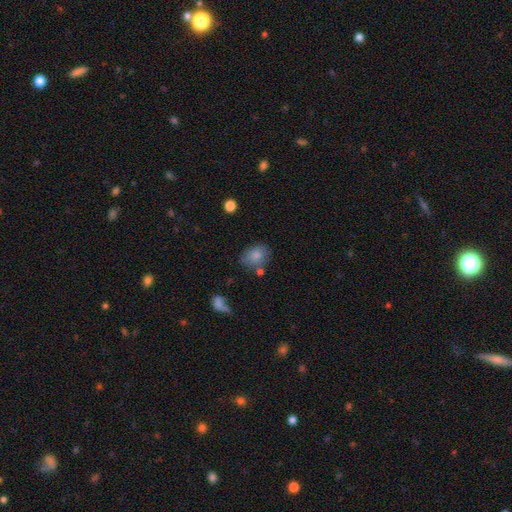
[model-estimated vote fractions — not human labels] Overall: smooth (82%). How rounded: in between (60%; round 38%). Merging: none (65%).